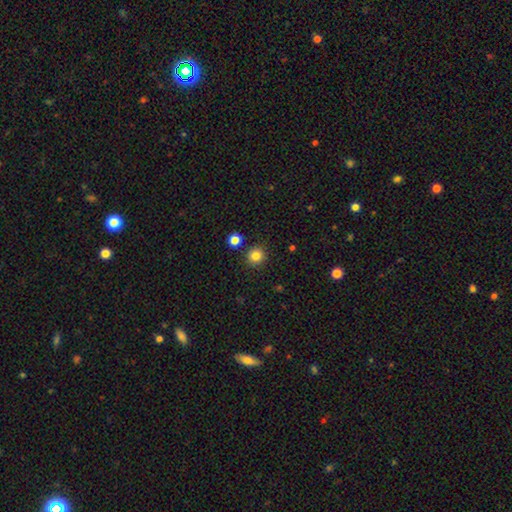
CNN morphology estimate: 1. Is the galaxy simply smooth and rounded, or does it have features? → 84% smooth, 12% star or artifact, 4% featured or disk.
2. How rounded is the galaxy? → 93% round, 6% in between, 1% cigar-shaped.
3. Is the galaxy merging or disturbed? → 89% none, 6% minor disturbance, 4% merger, 2% major disturbance.